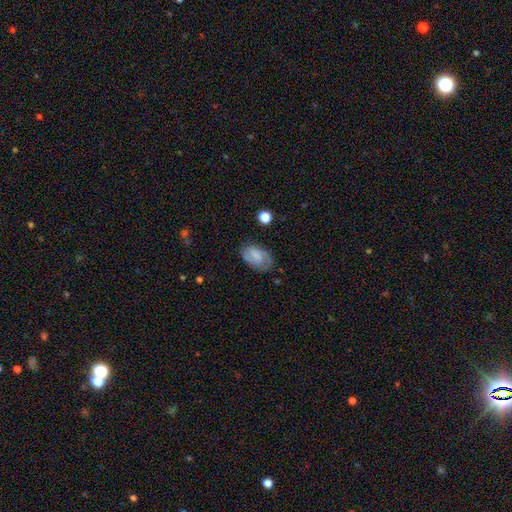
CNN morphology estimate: A smooth galaxy with no disk features (48%). Merging: none (73%).